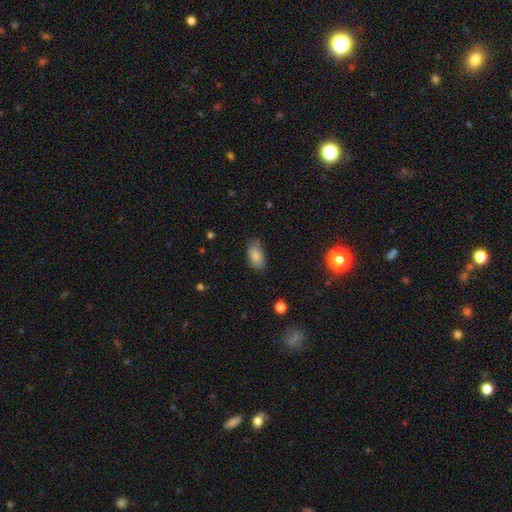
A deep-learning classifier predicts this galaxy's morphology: Q: Smooth or featured?
A: smooth (83%); runner-up: featured or disk (9%)
Q: How rounded?
A: in between (92%); runner-up: round (5%)
Q: Merging?
A: none (73%); runner-up: minor disturbance (21%)